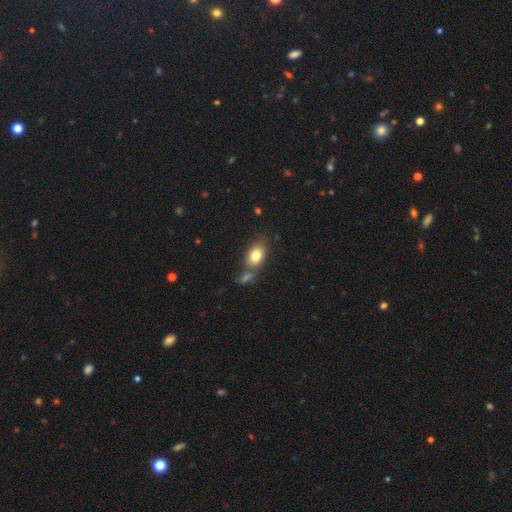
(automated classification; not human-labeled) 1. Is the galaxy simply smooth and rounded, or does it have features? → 80% smooth, 12% featured or disk, 9% star or artifact.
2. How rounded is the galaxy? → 82% in between, 16% round, 2% cigar-shaped.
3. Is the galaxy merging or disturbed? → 61% none, 20% merger, 15% minor disturbance, 5% major disturbance.